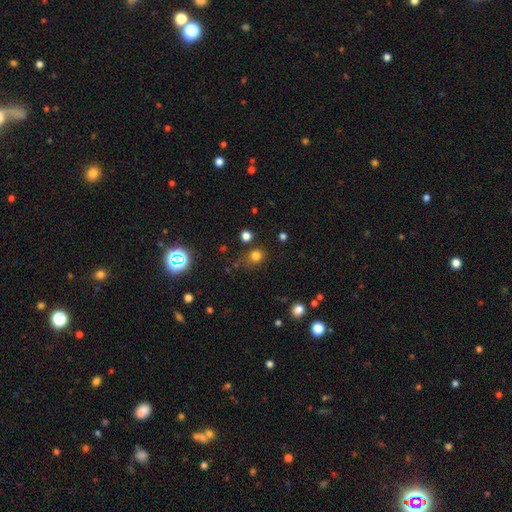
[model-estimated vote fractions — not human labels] Smooth or featured: smooth — 76% (star or artifact — 19%)
How rounded: round — 81% (in between — 18%)
Merging: none — 70% (minor disturbance — 16%)